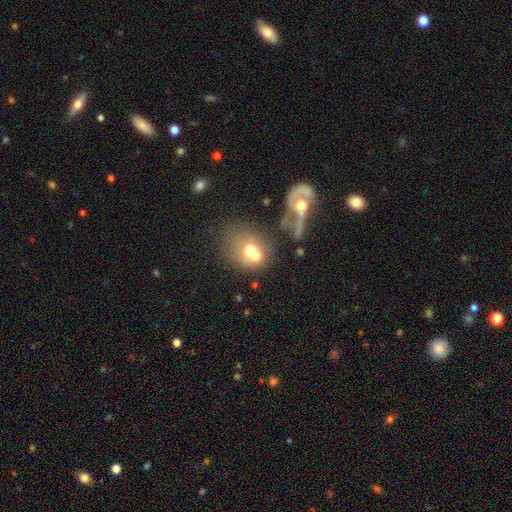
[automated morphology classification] Q: Smooth or featured?
A: smooth (56%); runner-up: featured or disk (32%)
Q: How rounded?
A: in between (50%); runner-up: round (49%)
Q: Merging?
A: merger (51%); runner-up: none (22%)